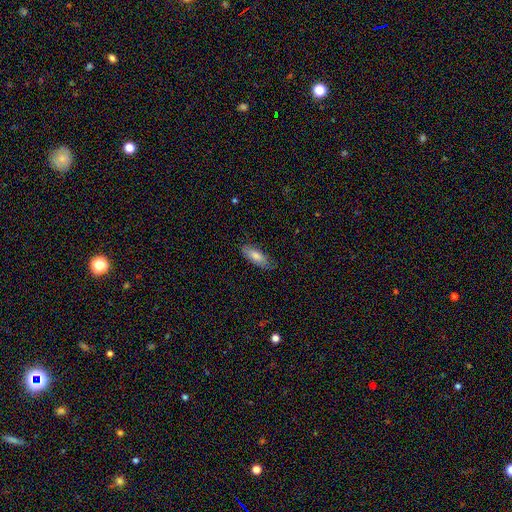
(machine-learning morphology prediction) smooth 75%, featured or disk 18%, star or artifact 7%. Down the decision tree: how rounded — in between (72%); merging — none (76%).